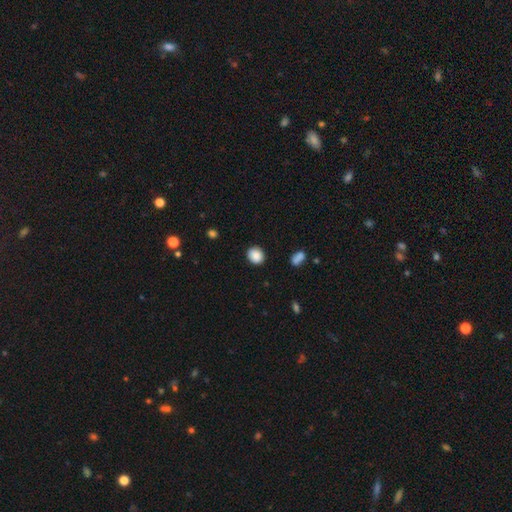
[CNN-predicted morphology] smooth_or_featured: smooth (p=0.88) [alt: star or artifact p=0.08]
how_rounded: round (p=0.69) [alt: in between p=0.30]
merging: none (p=0.89) [alt: minor disturbance p=0.08]